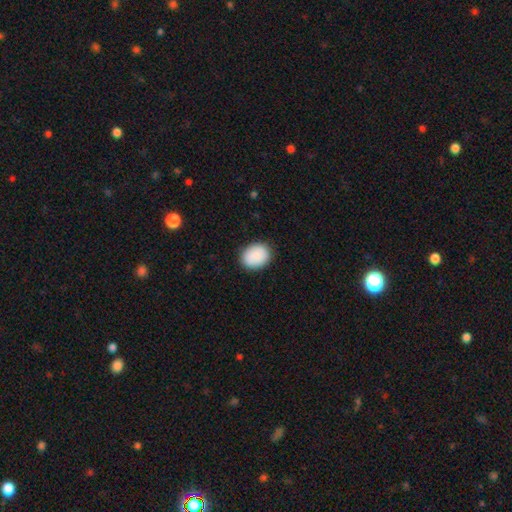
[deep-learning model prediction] This is clearly a smooth galaxy (90%). How rounded: possibly in between (60%). Merging: clearly none (88%).